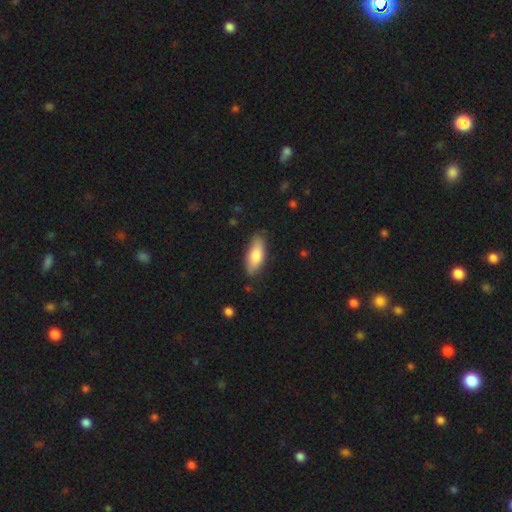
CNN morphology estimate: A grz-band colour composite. It shows a smooth galaxy with no disk features (81%) that is in between round and cigar-shaped (73%). Merging: none (81%).